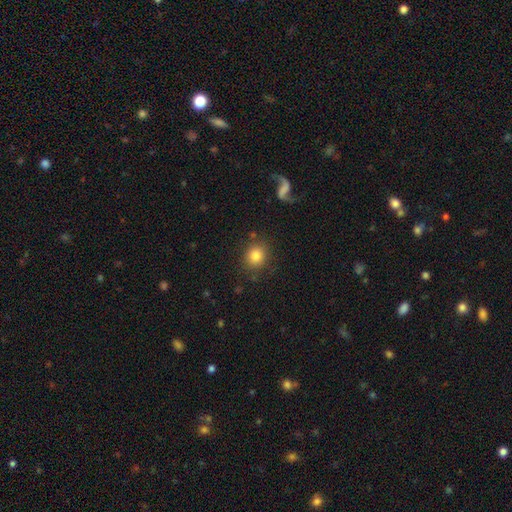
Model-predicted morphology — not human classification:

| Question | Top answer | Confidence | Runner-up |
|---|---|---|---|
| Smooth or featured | smooth | 83% | star or artifact (10%) |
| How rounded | round | 78% | in between (21%) |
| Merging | none | 83% | minor disturbance (10%) |